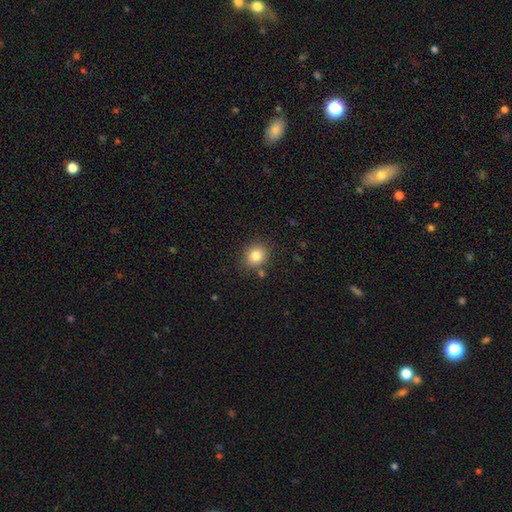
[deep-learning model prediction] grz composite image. It shows a smooth galaxy with no disk features (82%) that is round (76%). Merging: none (84%).